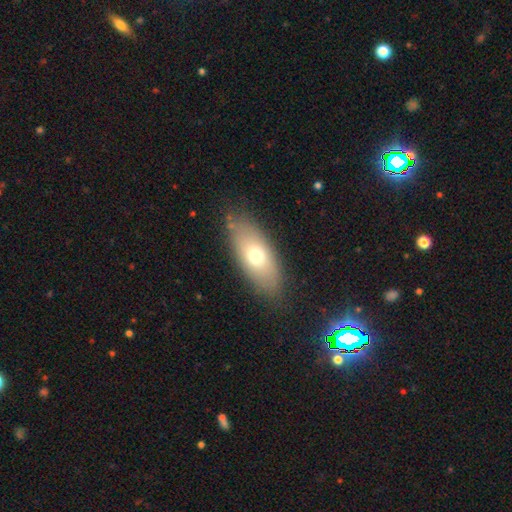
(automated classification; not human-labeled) Morphology: type=smooth (67%); roundness=in between (84%); merging=none (82%).